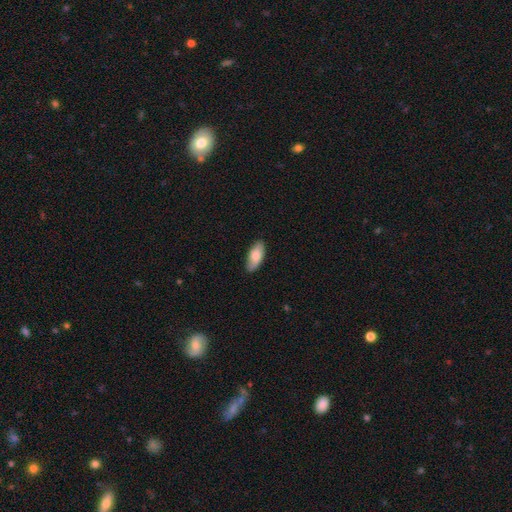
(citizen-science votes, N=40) Smooth or featured: smooth — 75% (featured or disk — 15%)
How rounded: in between — 83% (cigar-shaped — 17%)
Merging: none — 97% (minor disturbance — 3%)